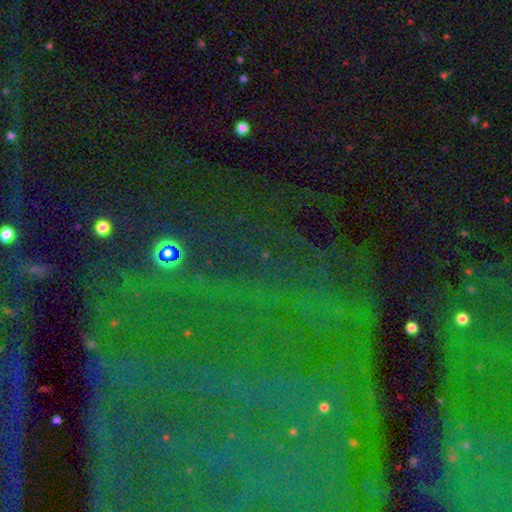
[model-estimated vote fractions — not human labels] smooth-or-featured: star or artifact: 80% | featured or disk: 10% | smooth: 10%